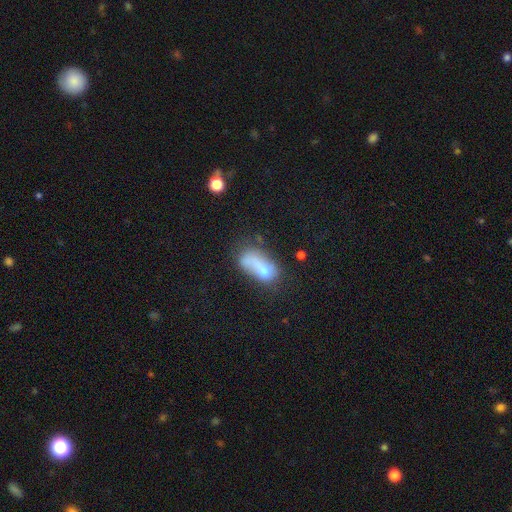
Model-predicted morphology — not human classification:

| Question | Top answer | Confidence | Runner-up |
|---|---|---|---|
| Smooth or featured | smooth | 55% | featured or disk (28%) |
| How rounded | in between | 72% | cigar-shaped (16%) |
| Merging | none | 32% | merger (31%) |